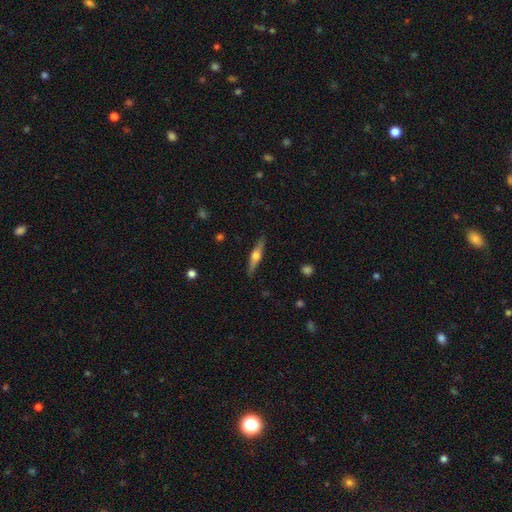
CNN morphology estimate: Smooth or featured? Predicted: featured or disk (p=0.57). Edge-on disk? Predicted: yes (p=0.95). Edge-on bulge? Predicted: rounded (p=0.91). Merging? Predicted: none (p=0.89).